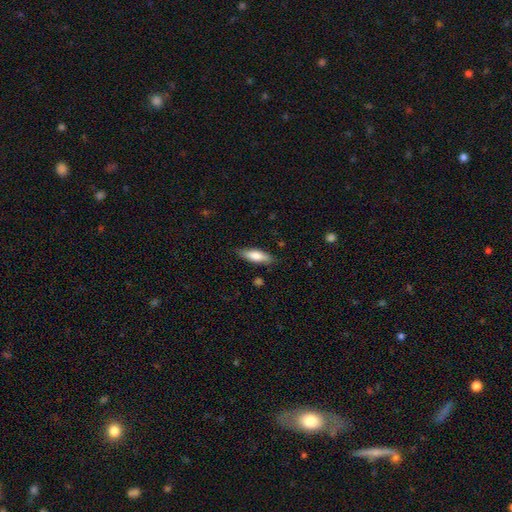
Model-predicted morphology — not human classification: This appears to be a smooth galaxy with no disk features (74%) that is in between round and cigar-shaped (51%). Merging: none (83%).